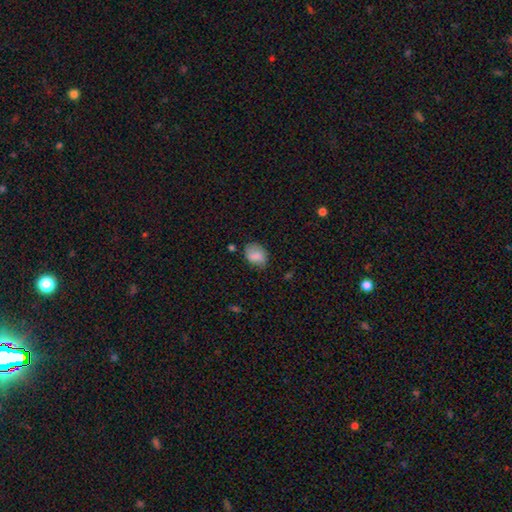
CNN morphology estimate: smooth 81%, featured or disk 11%, star or artifact 8%. Down the decision tree: how rounded — in between (68%); merging — none (66%).